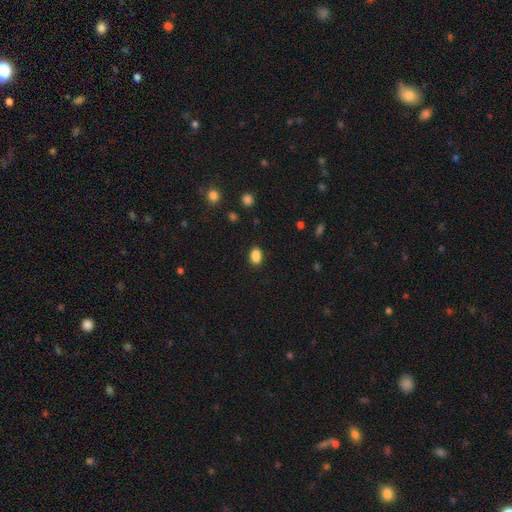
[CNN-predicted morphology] This is clearly a smooth galaxy (86%). How rounded: clearly in between (83%). Merging: likely none (79%).